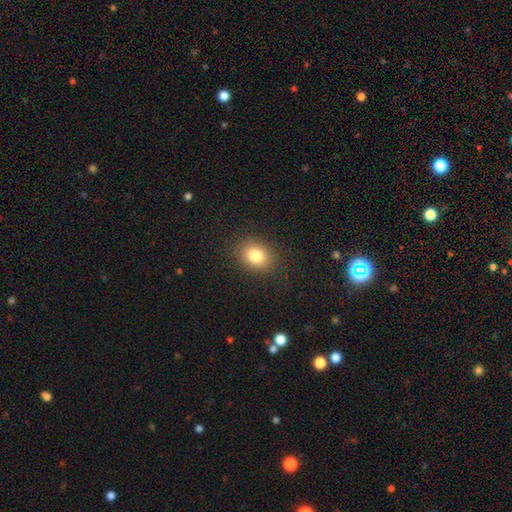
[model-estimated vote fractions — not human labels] Smooth or featured: smooth — 81% (star or artifact — 11%)
How rounded: in between — 51% (round — 48%)
Merging: none — 88% (minor disturbance — 8%)